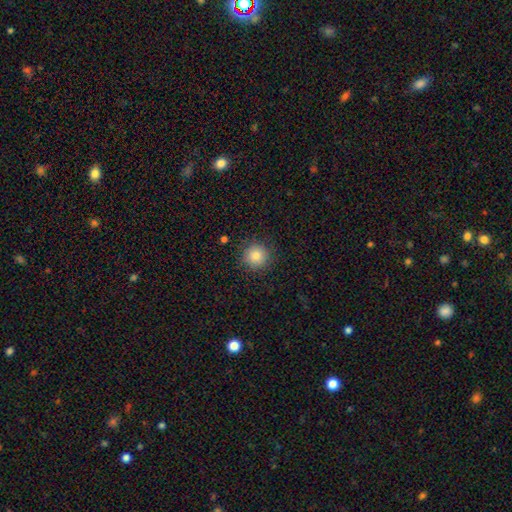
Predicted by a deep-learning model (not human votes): Overall: smooth (83%). How rounded: round (94%). Merging: none (89%).